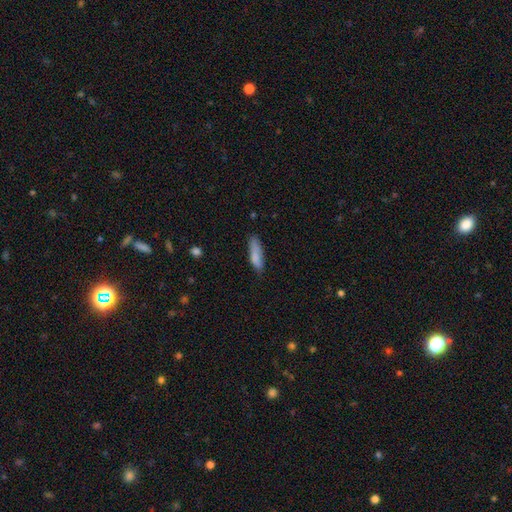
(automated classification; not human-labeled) This appears to be a smooth galaxy with no disk features (83%) that is cigar-shaped (65%). Merging: none (70%).